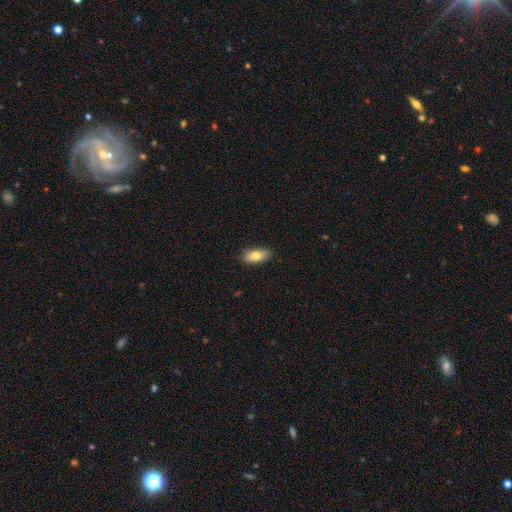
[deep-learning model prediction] Smooth or featured: smooth — 79% (featured or disk — 14%)
How rounded: in between — 88% (cigar-shaped — 8%)
Merging: none — 84% (minor disturbance — 13%)